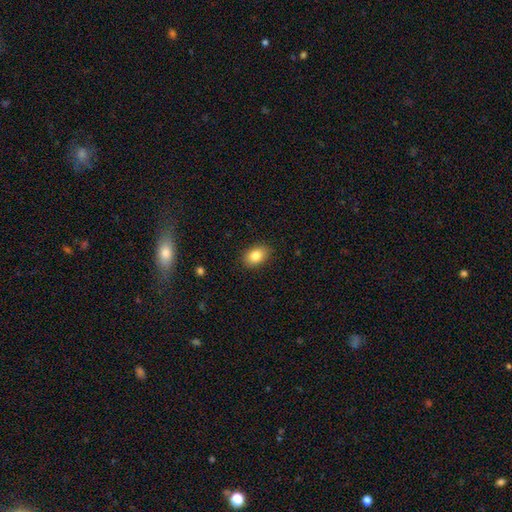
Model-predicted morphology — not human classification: This appears to be a smooth galaxy with no disk features (83%) that is in between round and cigar-shaped (78%). Merging: none (88%).